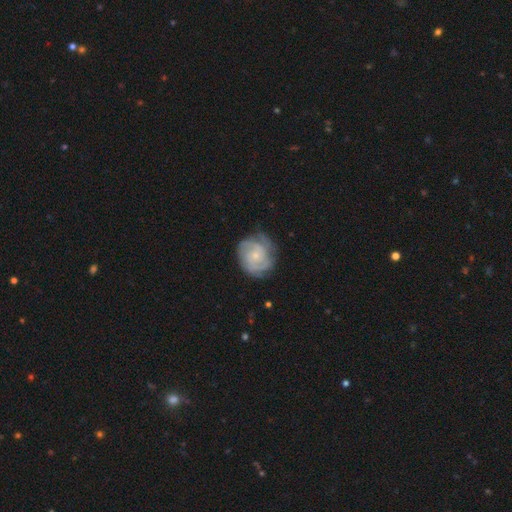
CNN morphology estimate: Smooth or featured: featured or disk — 77% (smooth — 17%)
Edge-on disk: no — 98% (yes — 2%)
Bar: no — 77% (weak — 19%)
Spiral arms: yes — 93% (no — 7%)
Spiral winding: tight — 63% (medium — 29%)
Spiral arm count: can't tell — 32% (3 — 25%)
Bulge size: small — 75% (moderate — 20%)
Merging: none — 70% (minor disturbance — 20%)